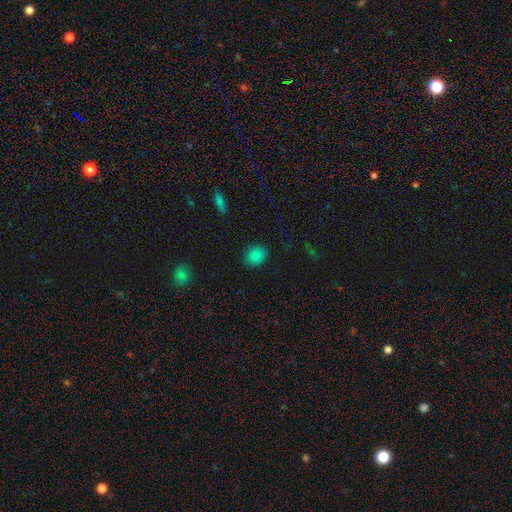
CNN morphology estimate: Q: Smooth or featured?
A: smooth (84%); runner-up: star or artifact (11%)
Q: How rounded?
A: round (62%); runner-up: in between (37%)
Q: Merging?
A: none (88%); runner-up: minor disturbance (9%)